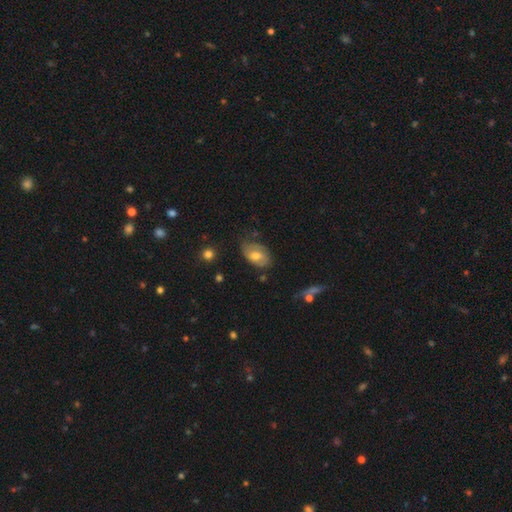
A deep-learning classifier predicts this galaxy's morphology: The model was most divided on "smooth or featured": smooth: 57%, featured or disk: 35%, star or artifact: 7%. More confident: how rounded — in between (90%); merging — none (56%).